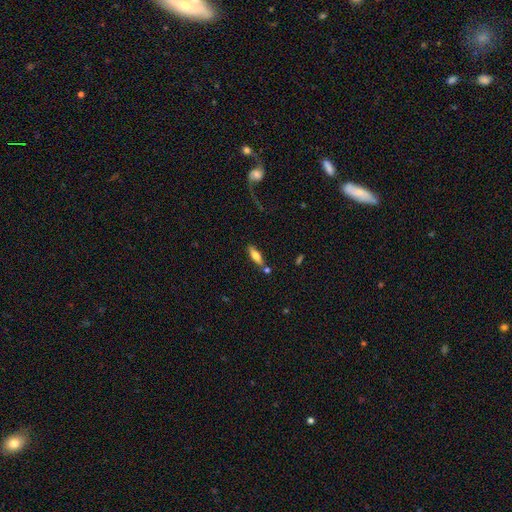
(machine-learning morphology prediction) This is possibly a smooth galaxy (60%). How rounded: possibly cigar-shaped (49%). Merging: likely none (74%).